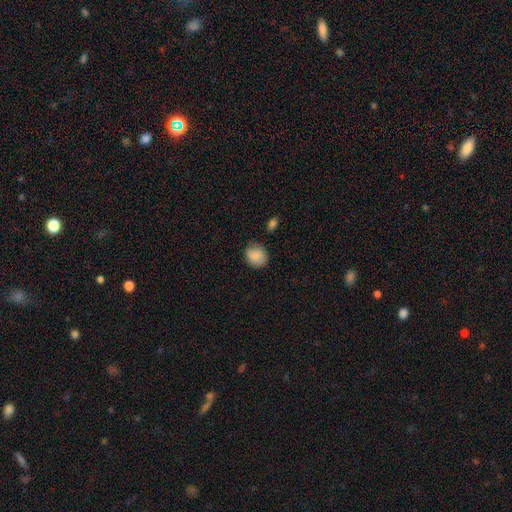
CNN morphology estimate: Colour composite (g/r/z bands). It shows a smooth galaxy with no disk features (87%) that is round (73%). Merging: none (77%).